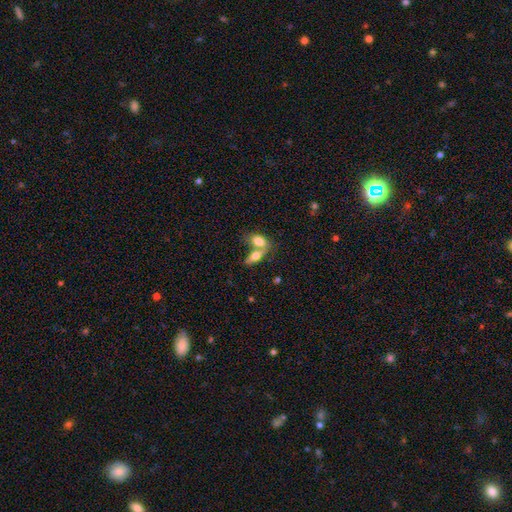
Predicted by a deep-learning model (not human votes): Overall: smooth (65%; featured or disk 27%). How rounded: in between (78%). Merging: merger (62%; none 27%).